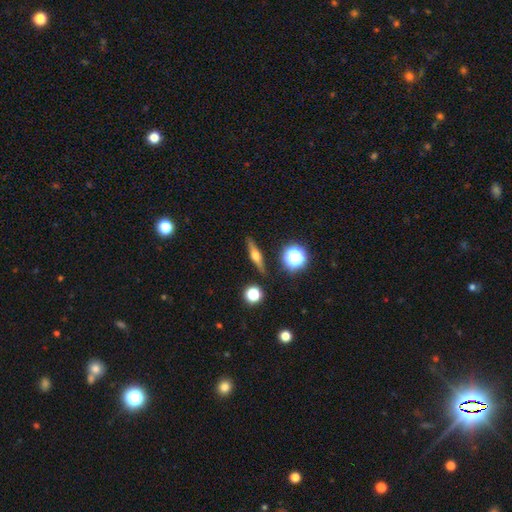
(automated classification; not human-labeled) Smooth or featured? Predicted: featured or disk (p=0.60). Edge-on disk? Predicted: yes (p=0.94). Edge-on bulge? Predicted: rounded (p=0.93). Merging? Predicted: none (p=0.87).